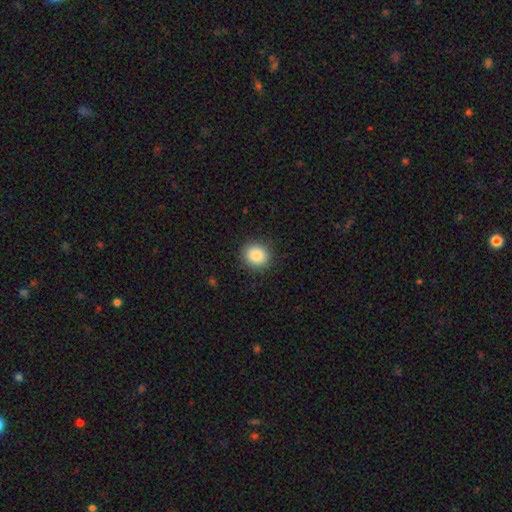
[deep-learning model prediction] smooth_or_featured: smooth (p=0.87) [alt: star or artifact p=0.09]
how_rounded: round (p=0.84) [alt: in between p=0.15]
merging: none (p=0.90) [alt: minor disturbance p=0.06]